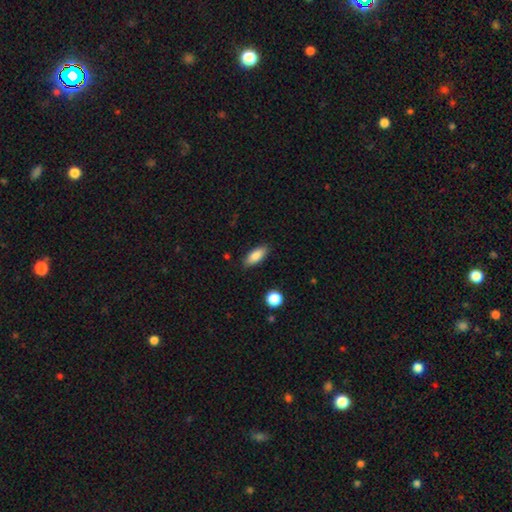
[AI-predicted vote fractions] A smooth galaxy with no disk features (86%) that is in between round and cigar-shaped (77%). Merging: none (86%).